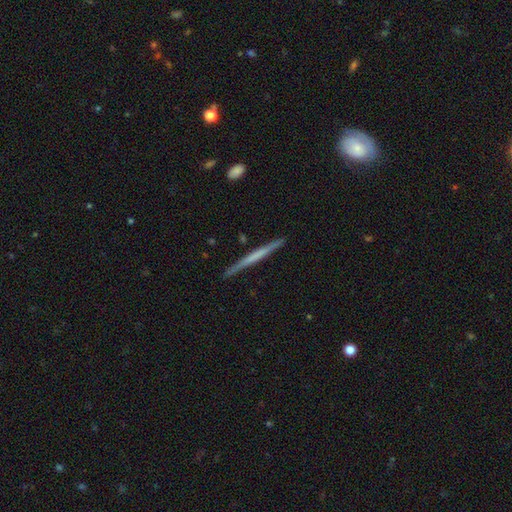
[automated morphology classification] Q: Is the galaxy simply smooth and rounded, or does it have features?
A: featured or disk — 57%.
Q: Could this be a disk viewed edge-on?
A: yes — 98%.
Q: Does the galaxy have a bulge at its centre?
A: none — 79%.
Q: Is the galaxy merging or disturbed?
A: none — 90%.